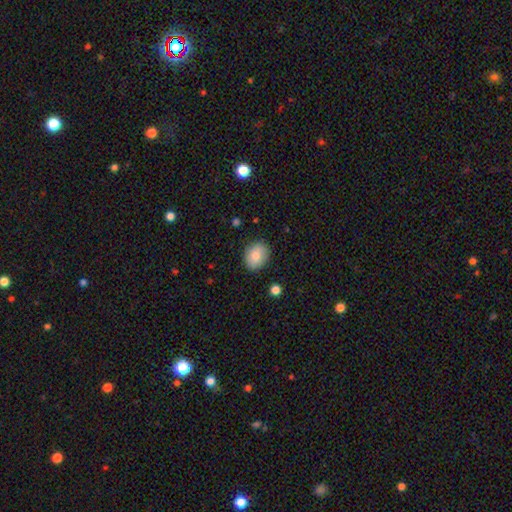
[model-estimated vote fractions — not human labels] This appears to be a smooth galaxy with no disk features (84%) that is in between round and cigar-shaped (56%). Merging: none (85%).